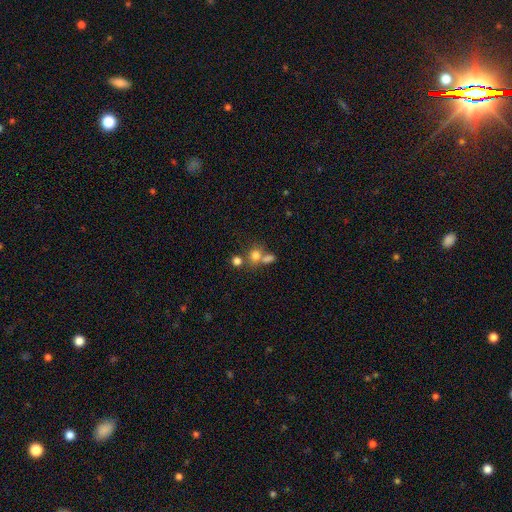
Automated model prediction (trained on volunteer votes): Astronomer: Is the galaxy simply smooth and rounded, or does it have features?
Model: smooth — 73%.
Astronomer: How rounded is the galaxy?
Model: round — 69%.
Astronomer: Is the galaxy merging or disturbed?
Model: none — 43% (runner-up: merger, 42%).